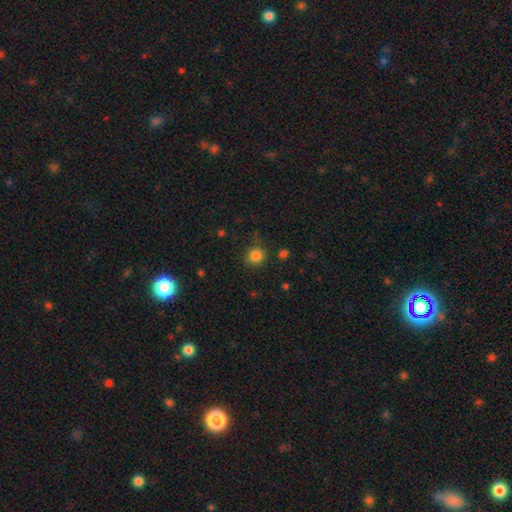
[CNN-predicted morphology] smooth 84%, star or artifact 12%, featured or disk 4%. Down the decision tree: how rounded — round (89%); merging — none (82%).